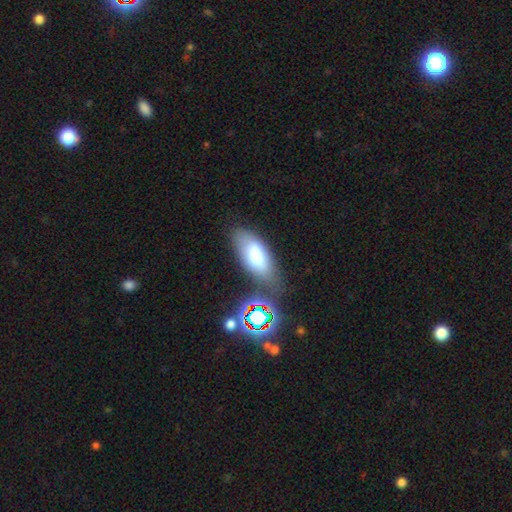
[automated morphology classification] The model was most divided on "merging": none: 66%, minor disturbance: 19%, merger: 9%, major disturbance: 7%. More confident: how rounded — in between (85%); smooth or featured — smooth (74%).